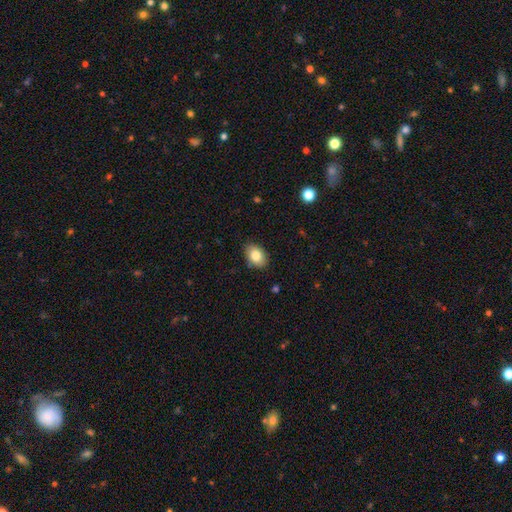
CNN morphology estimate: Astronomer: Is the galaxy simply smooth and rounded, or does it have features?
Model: smooth — 84%.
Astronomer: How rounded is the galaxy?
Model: in between — 83%.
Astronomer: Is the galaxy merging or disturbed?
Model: none — 85%.